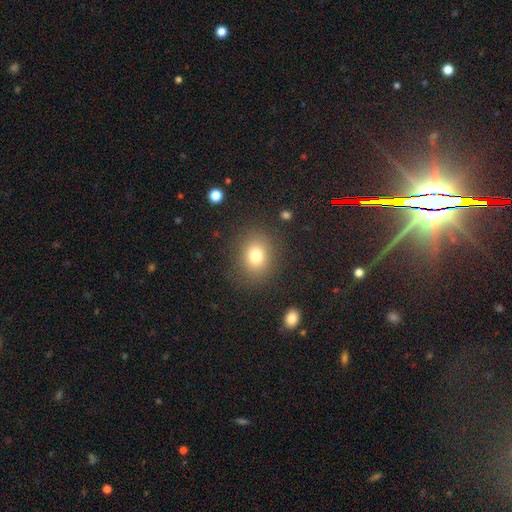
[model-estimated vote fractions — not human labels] Smooth or featured?
  - smooth: 76% *
  - star or artifact: 13%
  - featured or disk: 10%
How rounded?
  - round: 62% *
  - in between: 38%
  - cigar-shaped: 1%
Merging?
  - none: 84% *
  - minor disturbance: 10%
  - major disturbance: 5%
  - merger: 2%